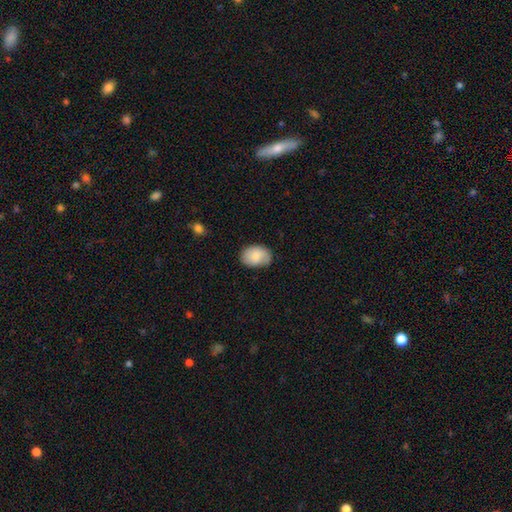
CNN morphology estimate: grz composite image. It shows a smooth galaxy with no disk features (77%) that is in between round and cigar-shaped (77%). Merging: none (72%).